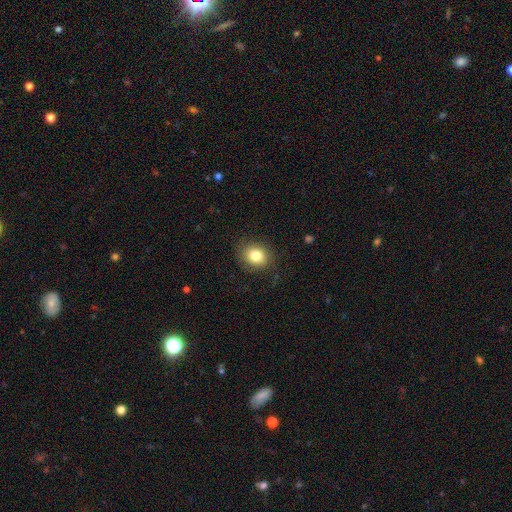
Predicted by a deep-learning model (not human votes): Smooth or featured?
  - smooth: 81% *
  - star or artifact: 10%
  - featured or disk: 8%
How rounded?
  - round: 65% *
  - in between: 34%
  - cigar-shaped: 1%
Merging?
  - none: 84% *
  - minor disturbance: 11%
  - major disturbance: 4%
  - merger: 1%